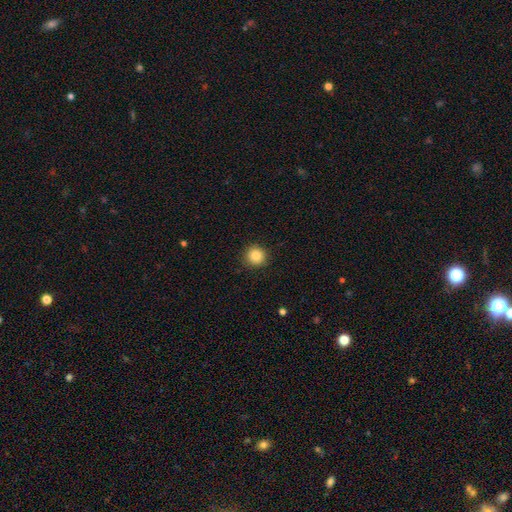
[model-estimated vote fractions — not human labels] smooth 85%, star or artifact 10%, featured or disk 5%. Down the decision tree: how rounded — round (93%); merging — none (90%).